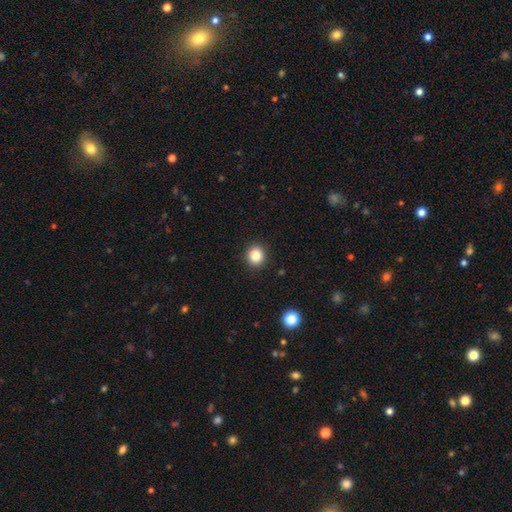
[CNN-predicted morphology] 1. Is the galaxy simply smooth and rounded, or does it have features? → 85% smooth, 11% star or artifact, 5% featured or disk.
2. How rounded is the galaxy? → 88% round, 11% in between, 1% cigar-shaped.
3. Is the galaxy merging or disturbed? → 92% none, 5% minor disturbance, 2% major disturbance, 1% merger.